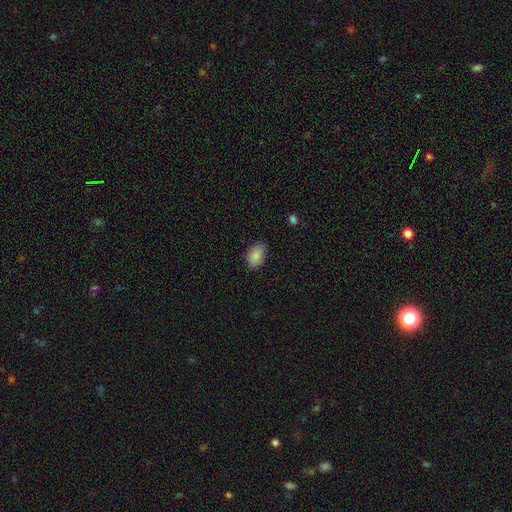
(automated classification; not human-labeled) smooth 88%, star or artifact 8%, featured or disk 5%. Down the decision tree: how rounded — in between (87%); merging — none (78%).